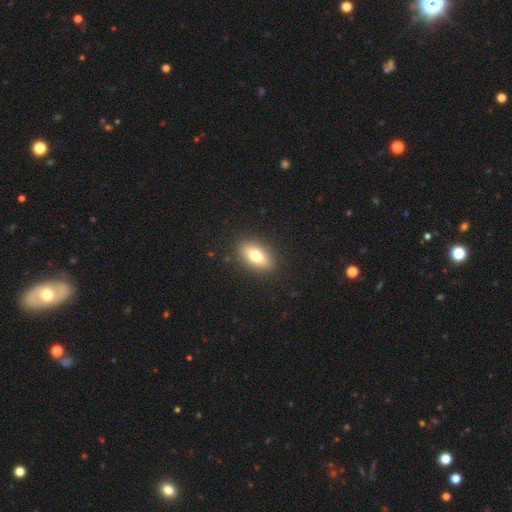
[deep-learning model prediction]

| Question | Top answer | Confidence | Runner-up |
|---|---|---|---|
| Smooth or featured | smooth | 73% | featured or disk (19%) |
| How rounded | in between | 84% | round (9%) |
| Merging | none | 88% | minor disturbance (8%) |